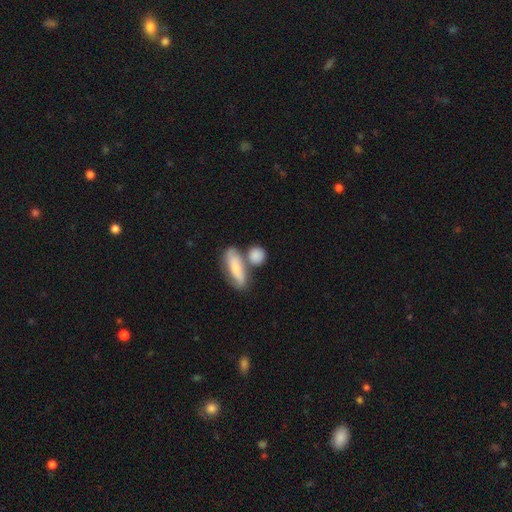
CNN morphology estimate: smooth 77%, featured or disk 17%, star or artifact 7%. Down the decision tree: how rounded — round (53%); merging — none (51%).